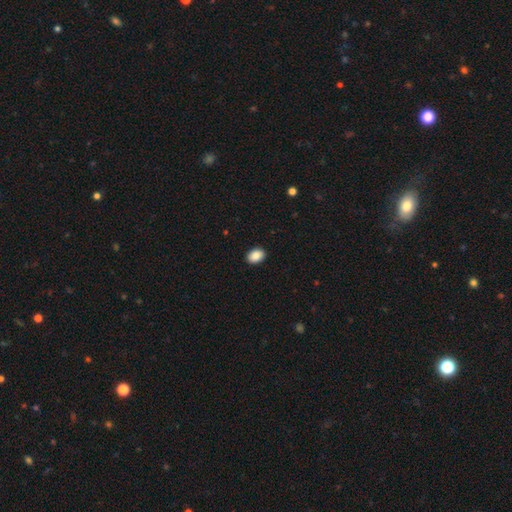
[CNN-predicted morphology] Smooth or featured?
  - smooth: 89% *
  - star or artifact: 8%
  - featured or disk: 4%
How rounded?
  - in between: 76% *
  - round: 23%
  - cigar-shaped: 1%
Merging?
  - none: 91% *
  - minor disturbance: 7%
  - major disturbance: 2%
  - merger: 1%